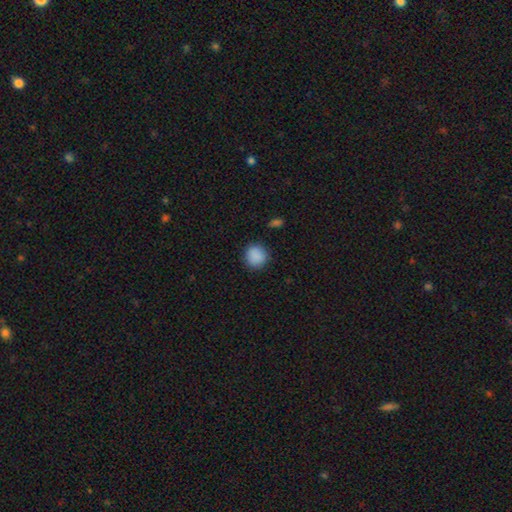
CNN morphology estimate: Overall: smooth (88%). How rounded: round (86%). Merging: none (85%).